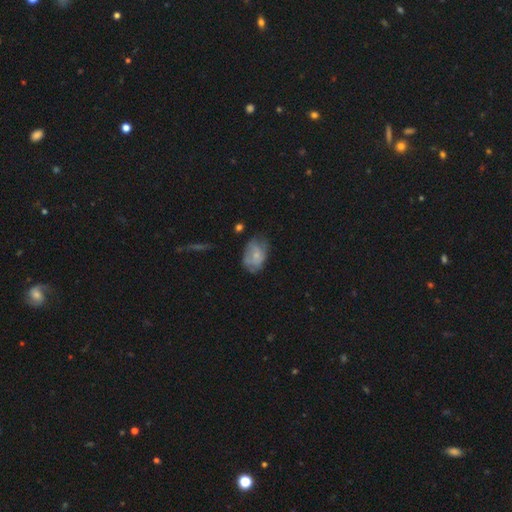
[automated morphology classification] Q: Smooth or featured?
A: smooth (51%); runner-up: featured or disk (41%)
Q: How rounded?
A: in between (84%); runner-up: round (15%)
Q: Merging?
A: none (53%); runner-up: minor disturbance (32%)